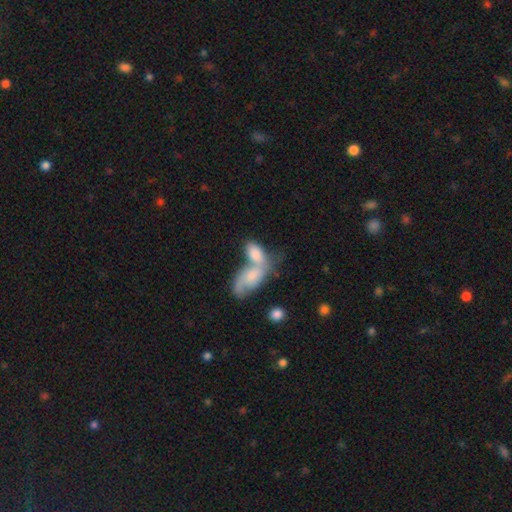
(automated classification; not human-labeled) The model was most divided on "smooth or featured": smooth: 61%, featured or disk: 31%, star or artifact: 8%. More confident: how rounded — in between (87%); merging — merger (70%).